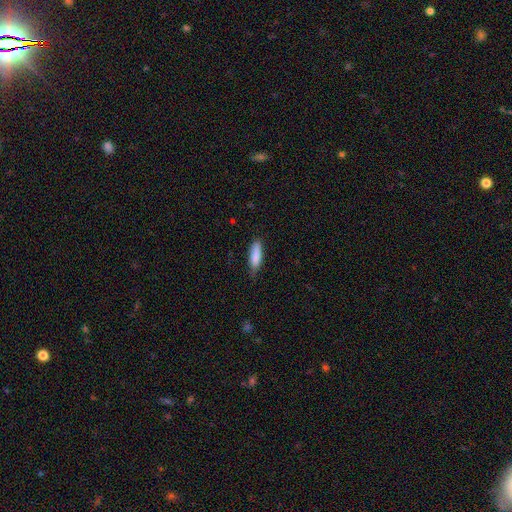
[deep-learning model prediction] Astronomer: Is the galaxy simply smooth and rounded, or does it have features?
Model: smooth — 86%.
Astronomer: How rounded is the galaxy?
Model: cigar-shaped — 56% (runner-up: in between, 43%).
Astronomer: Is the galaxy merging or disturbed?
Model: none — 72%.